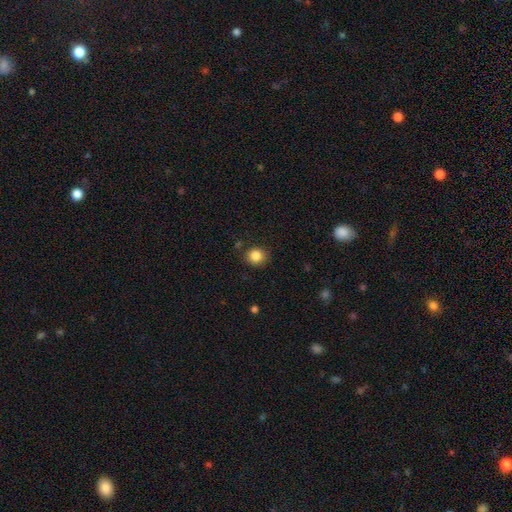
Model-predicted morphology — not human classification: Smooth or featured? smooth (85%)
How rounded? round (83%)
Merging? none (85%)